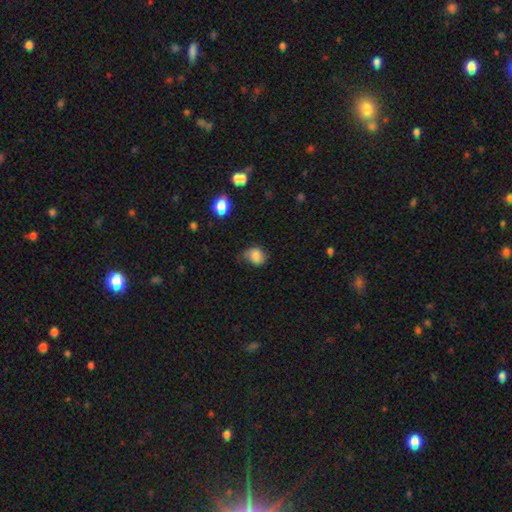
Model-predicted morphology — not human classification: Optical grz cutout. It shows a smooth galaxy with no disk features (79%) that is round (53%). Merging: none (48%).